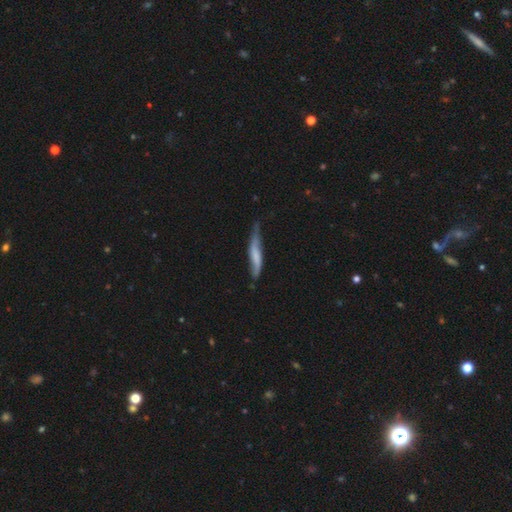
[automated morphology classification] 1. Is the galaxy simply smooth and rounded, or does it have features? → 48% smooth, 46% featured or disk, 7% star or artifact.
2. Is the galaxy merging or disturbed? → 44% none, 39% minor disturbance, 14% major disturbance, 4% merger.